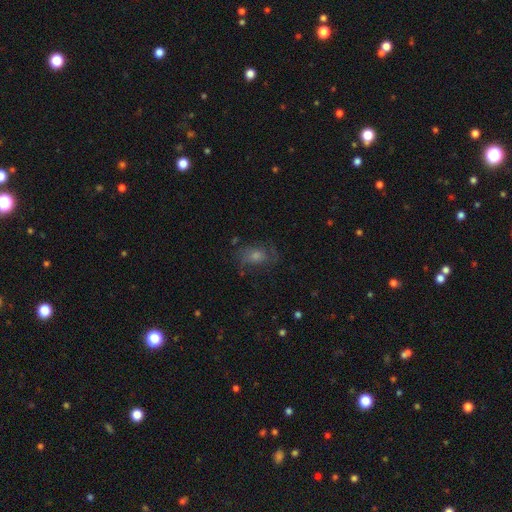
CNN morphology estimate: Smooth or featured? featured or disk (42%)
Merging? none (66%)